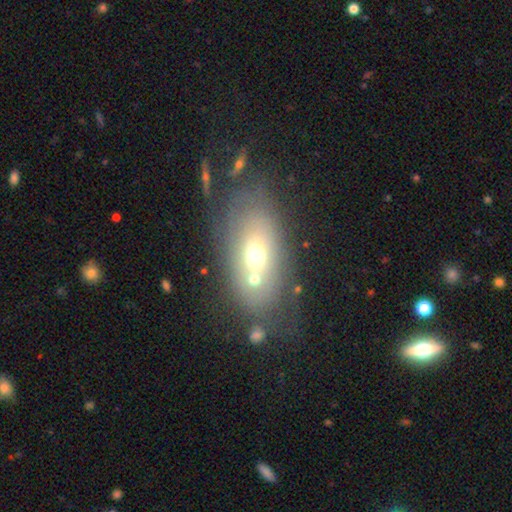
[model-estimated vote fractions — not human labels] Smooth or featured: smooth — 54% (featured or disk — 33%)
How rounded: in between — 82% (round — 13%)
Merging: none — 52% (merger — 20%)